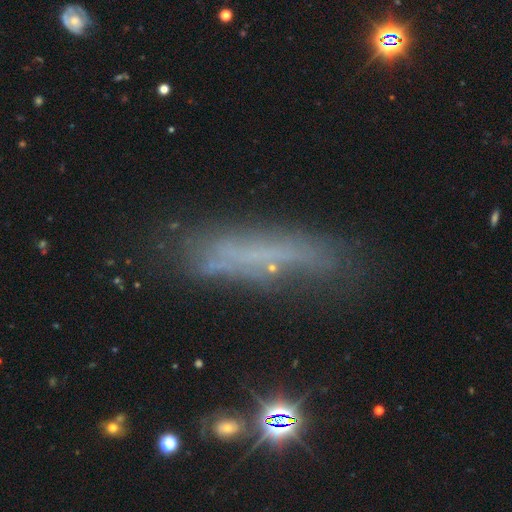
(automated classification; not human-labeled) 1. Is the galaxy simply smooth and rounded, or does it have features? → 43% smooth, 41% featured or disk, 16% star or artifact.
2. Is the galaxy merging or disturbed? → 61% none, 23% minor disturbance, 12% major disturbance, 4% merger.